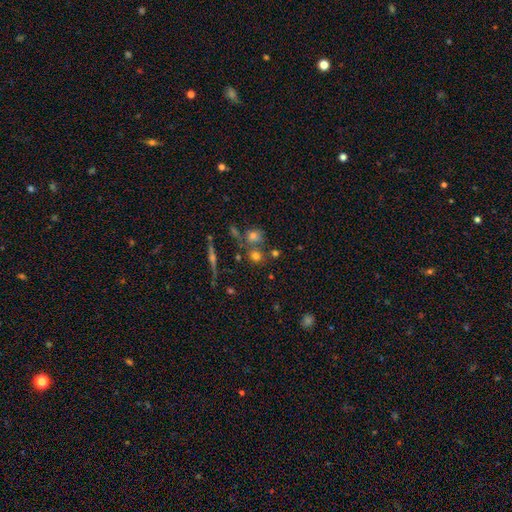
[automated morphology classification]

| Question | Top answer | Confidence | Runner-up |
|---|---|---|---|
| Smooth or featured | smooth | 64% | star or artifact (20%) |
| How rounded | round | 86% | in between (11%) |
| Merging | none | 64% | merger (22%) |